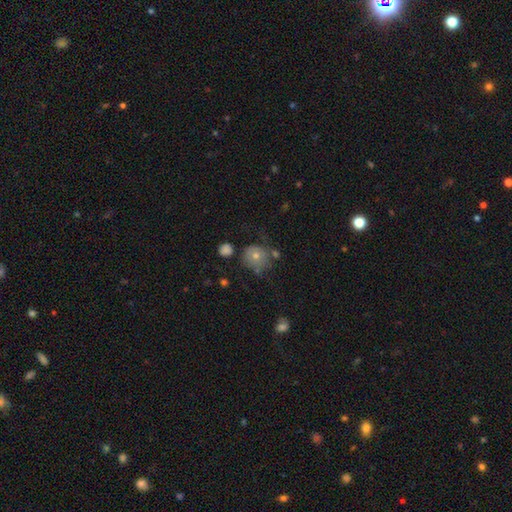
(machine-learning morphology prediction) This appears to be a smooth galaxy with no disk features (49%). Merging: none (65%).